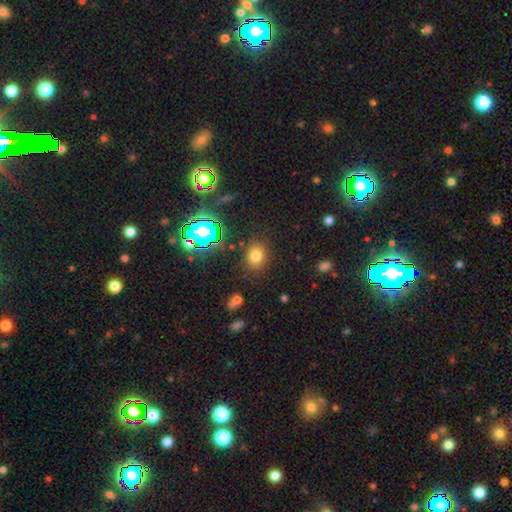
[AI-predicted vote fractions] smooth 73%, star or artifact 19%, featured or disk 8%. Down the decision tree: how rounded — round (51%); merging — none (84%).